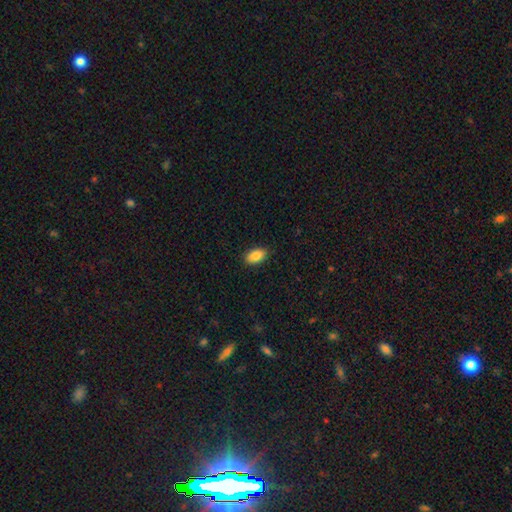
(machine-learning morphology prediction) This is clearly a smooth galaxy (88%). How rounded: clearly in between (93%). Merging: clearly none (88%).